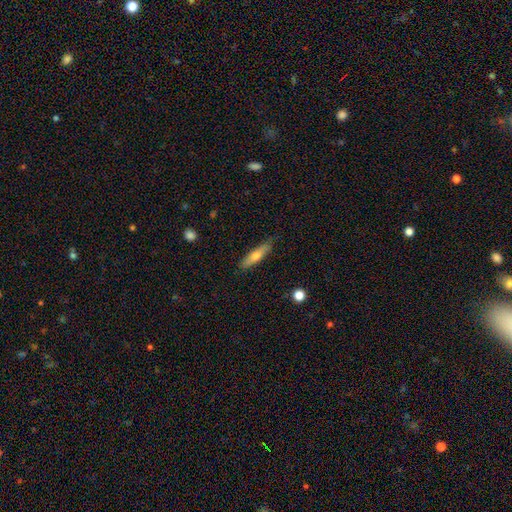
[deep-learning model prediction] Smooth or featured? Predicted: smooth (p=0.62). How rounded? Predicted: cigar-shaped (p=0.80). Merging? Predicted: none (p=0.84).